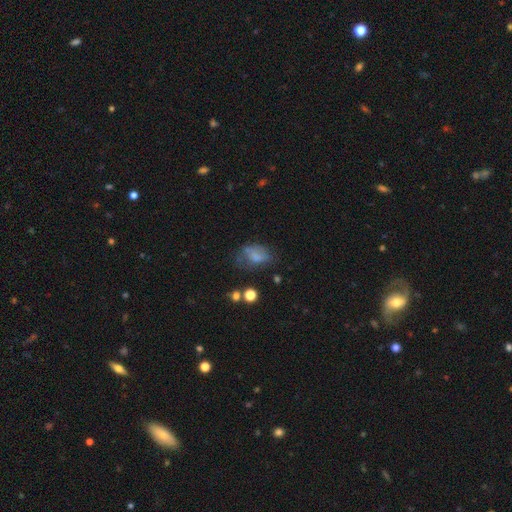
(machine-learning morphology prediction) Overall: smooth (62%; featured or disk 25%). How rounded: in between (82%). Merging: none (38%; minor disturbance 29%).